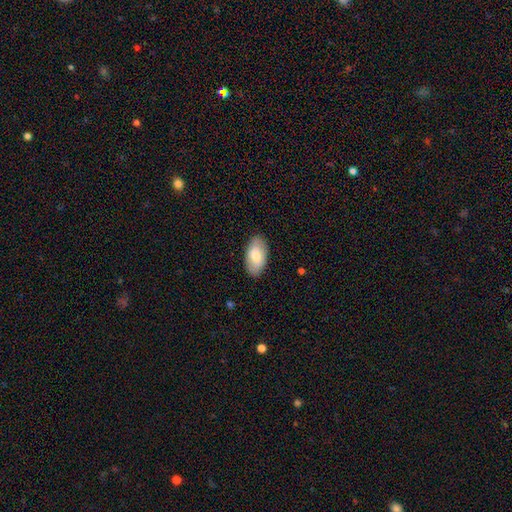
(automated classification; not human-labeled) smooth-or-featured: smooth: 73% | featured or disk: 22% | star or artifact: 6%
  how-rounded: in between: 95% | round: 3% | cigar-shaped: 2%
  merging: none: 87% | minor disturbance: 10% | major disturbance: 2% | merger: 1%